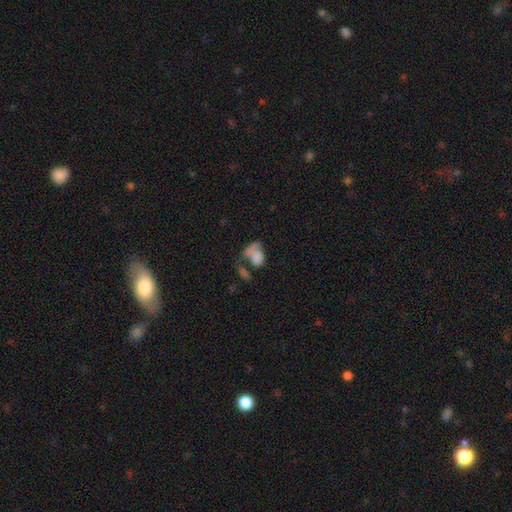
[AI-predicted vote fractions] A smooth galaxy with no disk features (70%) that is in between round and cigar-shaped (77%). Merging: merger (40%).